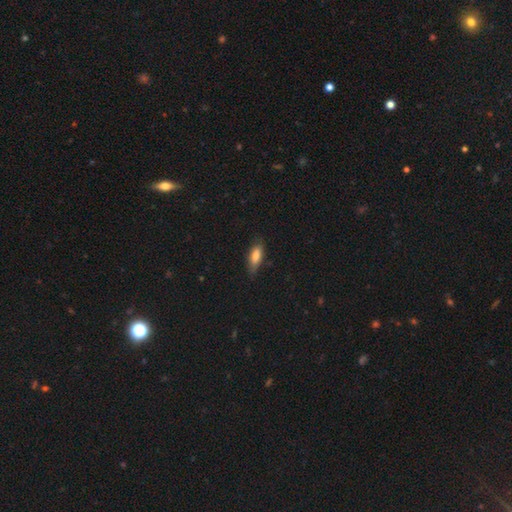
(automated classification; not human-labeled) Smooth or featured? Predicted: smooth (p=0.80). How rounded? Predicted: in between (p=0.69). Merging? Predicted: none (p=0.73).